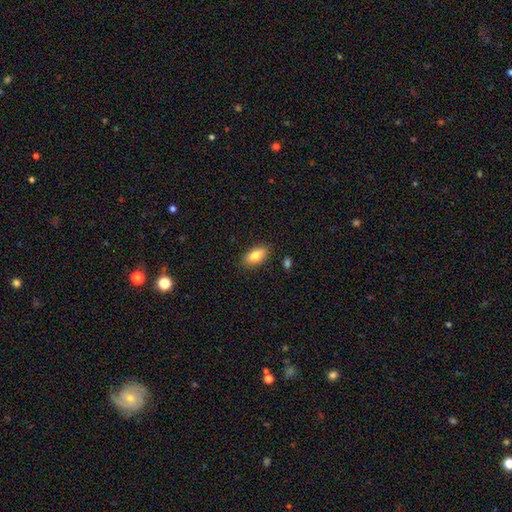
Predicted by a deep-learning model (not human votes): Overall: smooth (80%). How rounded: in between (87%). Merging: none (84%).